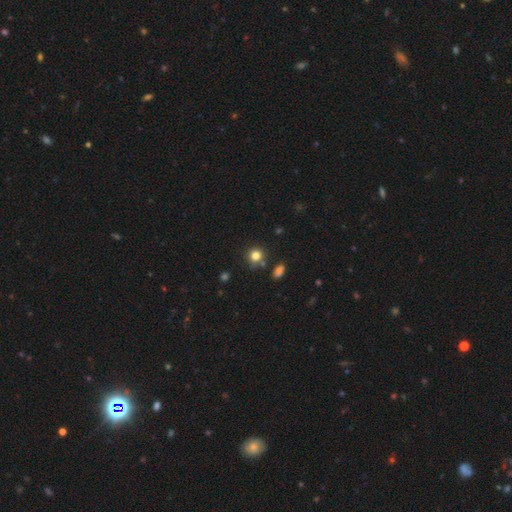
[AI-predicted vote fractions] Smooth or featured? Predicted: smooth (p=0.81). How rounded? Predicted: round (p=0.88). Merging? Predicted: none (p=0.79).